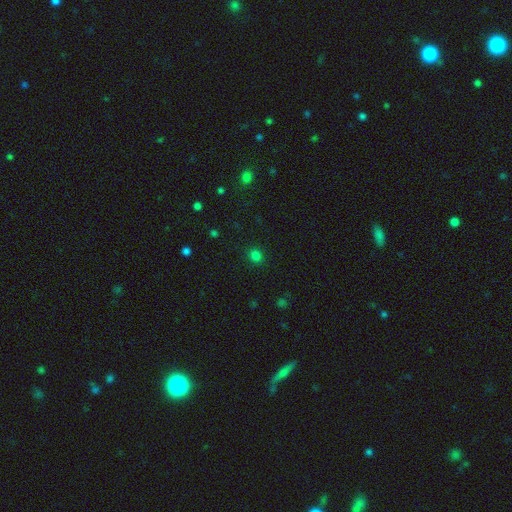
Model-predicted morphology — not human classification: Overall: smooth (80%). How rounded: round (74%). Merging: none (89%).